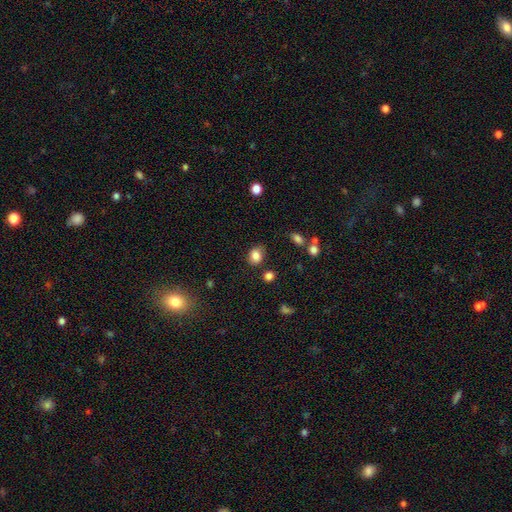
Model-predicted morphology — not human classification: This appears to be a smooth galaxy with no disk features (83%) that is in between round and cigar-shaped (52%). Merging: none (73%).